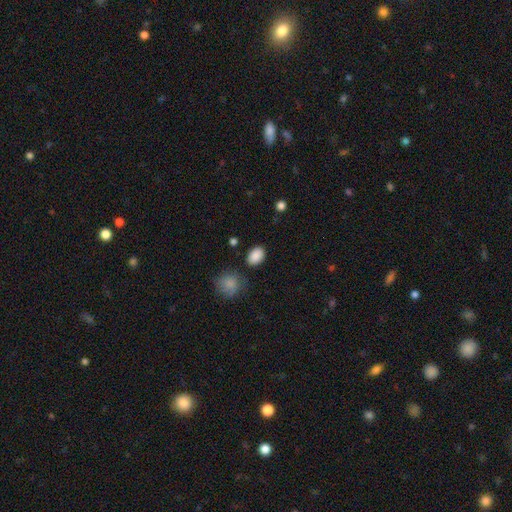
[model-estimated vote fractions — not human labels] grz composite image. It shows a smooth galaxy with no disk features (88%) that is in between round and cigar-shaped (79%). Merging: none (83%).